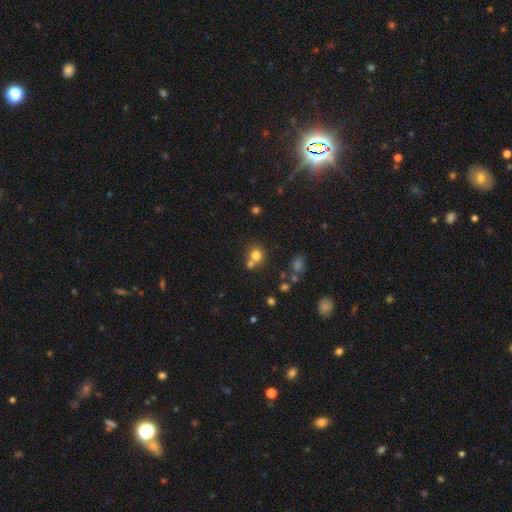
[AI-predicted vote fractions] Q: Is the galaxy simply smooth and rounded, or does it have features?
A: smooth — 75%.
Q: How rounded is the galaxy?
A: round — 84%.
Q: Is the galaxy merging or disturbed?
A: none — 49%.